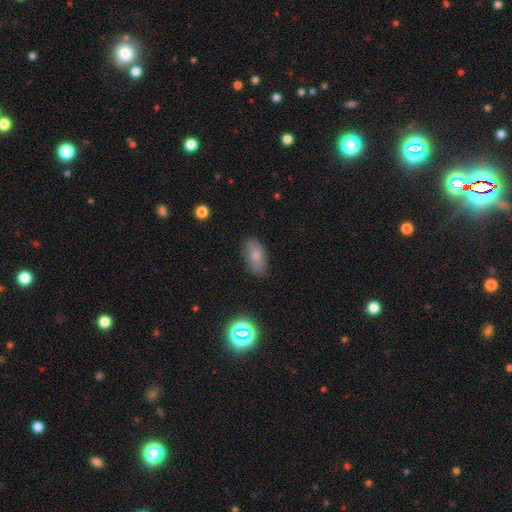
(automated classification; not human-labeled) The model was most divided on "smooth or featured": smooth: 76%, featured or disk: 14%, star or artifact: 10%. More confident: how rounded — in between (91%); merging — none (80%).